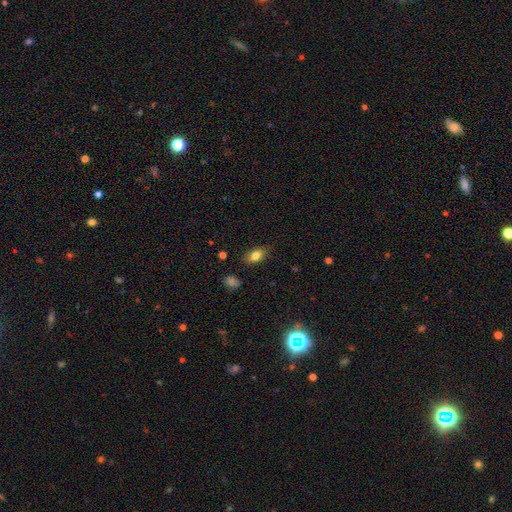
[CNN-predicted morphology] smooth_or_featured: smooth (p=0.81) [alt: featured or disk p=0.10]
how_rounded: in between (p=0.86) [alt: round p=0.09]
merging: none (p=0.82) [alt: minor disturbance p=0.14]